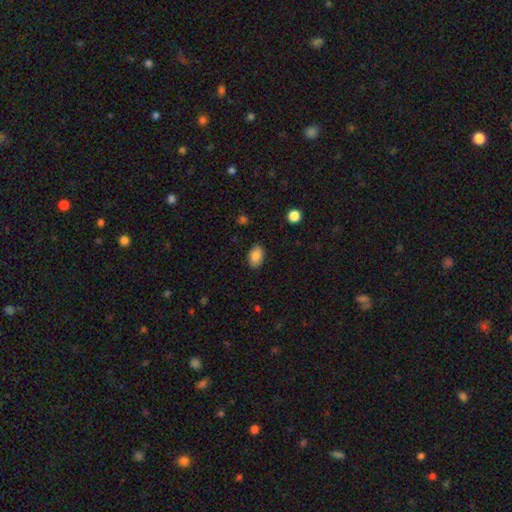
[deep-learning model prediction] A smooth galaxy with no disk features (87%) that is in between round and cigar-shaped (87%).

Vote fractions:
- Smooth or featured? smooth: 87% / star or artifact: 8% / featured or disk: 5%
- How rounded? in between: 87% / round: 12% / cigar-shaped: 1%
- Merging? none: 87% / minor disturbance: 10% / major disturbance: 2% / merger: 1%